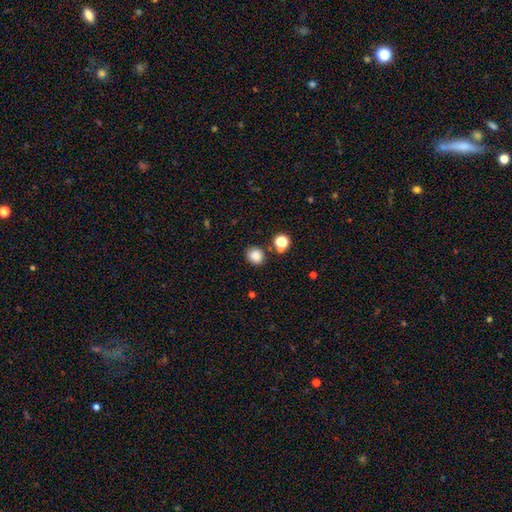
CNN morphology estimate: type=smooth (84%); roundness=round (79%); merging=none (82%).